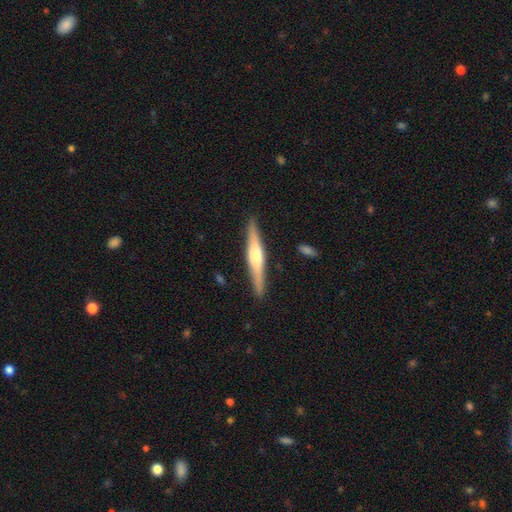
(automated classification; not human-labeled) Smooth or featured? Predicted: featured or disk (p=0.67). Edge-on disk? Predicted: yes (p=0.97). Edge-on bulge? Predicted: rounded (p=0.81). Merging? Predicted: none (p=0.90).